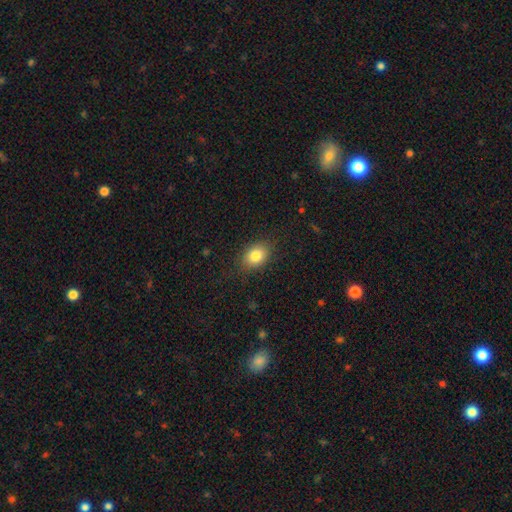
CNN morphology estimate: Q: Smooth or featured?
A: smooth (82%); runner-up: star or artifact (9%)
Q: How rounded?
A: in between (68%); runner-up: round (31%)
Q: Merging?
A: none (83%); runner-up: minor disturbance (12%)